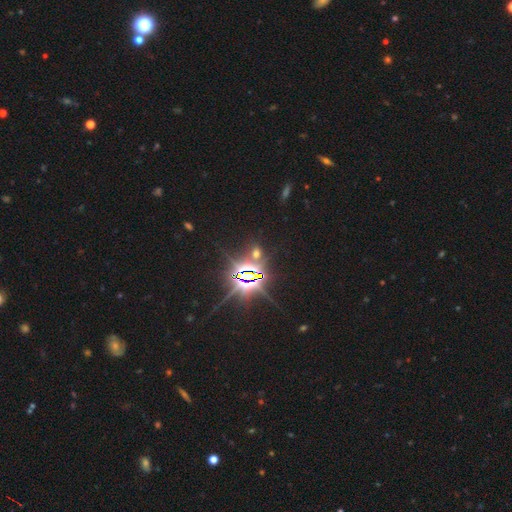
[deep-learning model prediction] Smooth or featured?
  - star or artifact: 84% *
  - featured or disk: 8%
  - smooth: 7%